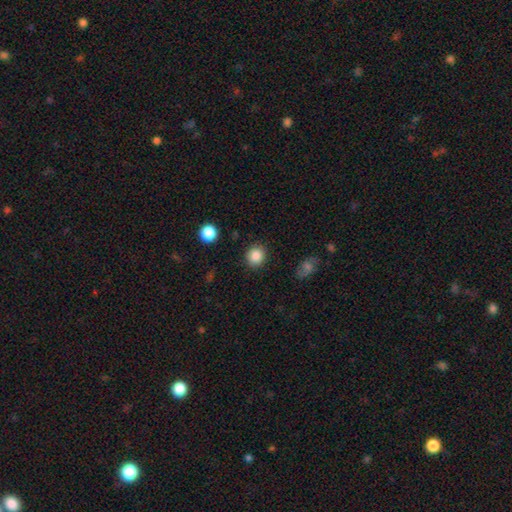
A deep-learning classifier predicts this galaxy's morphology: This appears to be a smooth galaxy with no disk features (87%) that is round (82%). Merging: none (88%).